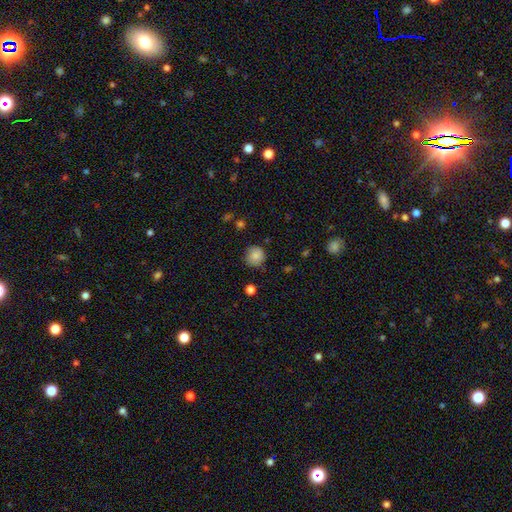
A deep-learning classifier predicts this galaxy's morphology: This is clearly a smooth galaxy (84%). How rounded: clearly round (90%). Merging: likely none (80%).